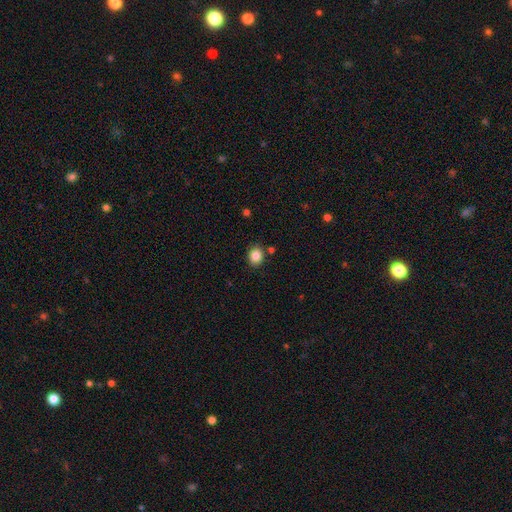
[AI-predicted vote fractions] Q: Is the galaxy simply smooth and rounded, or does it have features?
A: smooth — 86%.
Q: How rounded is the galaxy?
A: round — 64%.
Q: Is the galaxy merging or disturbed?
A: none — 84%.